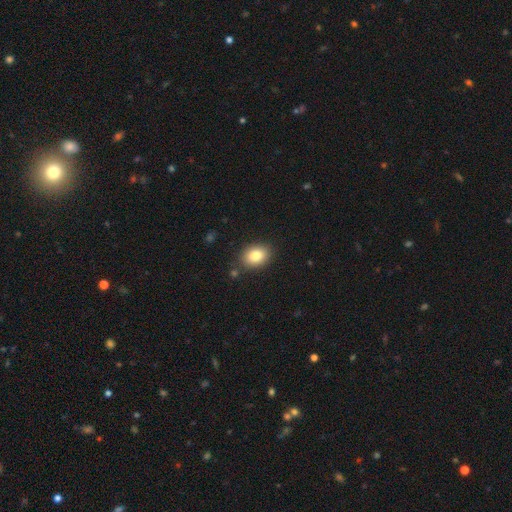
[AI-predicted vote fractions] The model was most divided on "how rounded": in between: 70%, round: 29%, cigar-shaped: 1%. More confident: merging — none (84%); smooth or featured — smooth (83%).